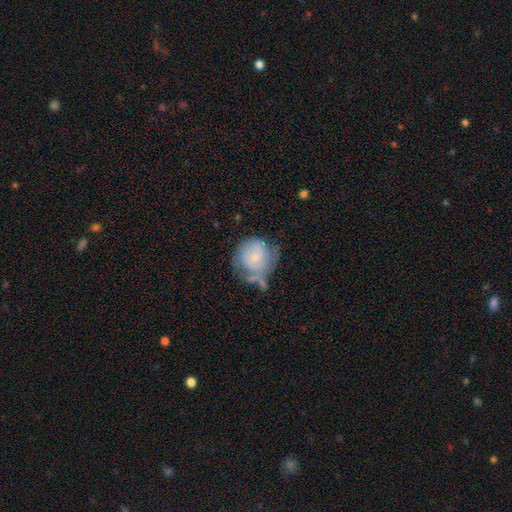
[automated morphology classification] smooth-or-featured: smooth: 50% | featured or disk: 42% | star or artifact: 8%
  merging: none: 35% | minor disturbance: 29% | major disturbance: 21% | merger: 15%